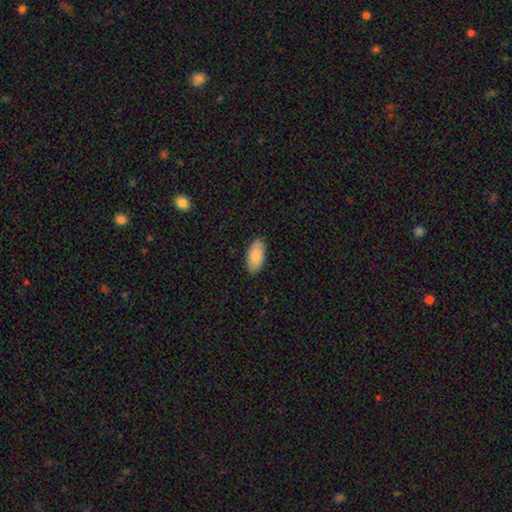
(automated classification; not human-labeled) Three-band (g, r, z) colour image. It shows a smooth galaxy with no disk features (89%) that is in between round and cigar-shaped (93%). Merging: none (88%).